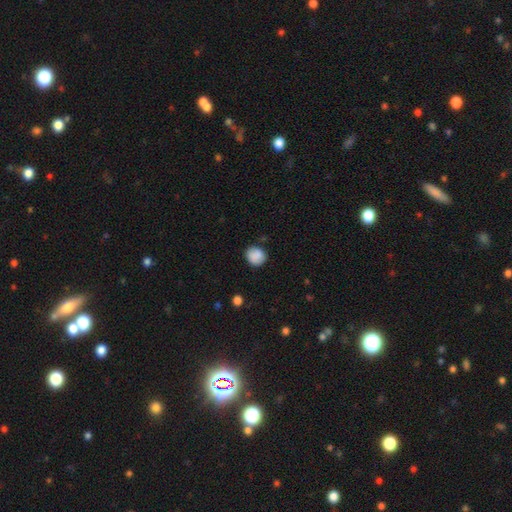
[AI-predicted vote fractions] A smooth galaxy with no disk features (86%) that is round (81%). Merging: none (80%).